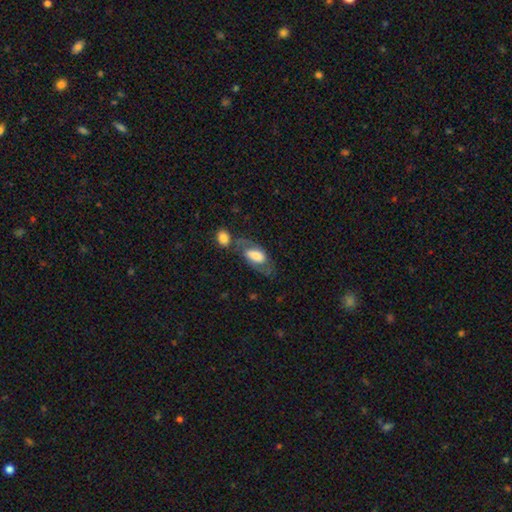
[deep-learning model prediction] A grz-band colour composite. It shows a smooth galaxy with no disk features (55%) that is in between round and cigar-shaped (91%). Merging: none (50%).